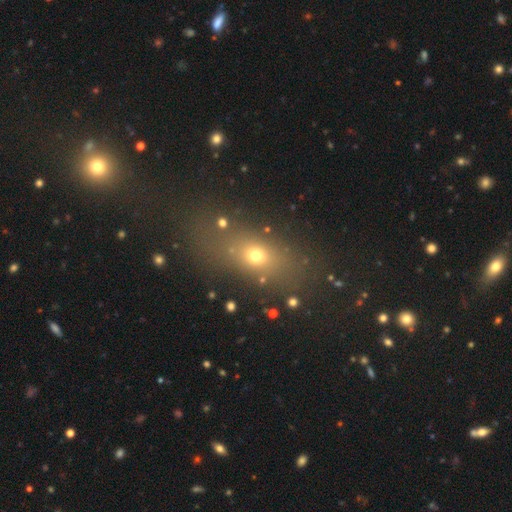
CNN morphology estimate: Smooth or featured?
  - smooth: 62% *
  - star or artifact: 22%
  - featured or disk: 16%
How rounded?
  - in between: 59% *
  - round: 27%
  - cigar-shaped: 14%
Merging?
  - none: 76% *
  - minor disturbance: 12%
  - major disturbance: 7%
  - merger: 5%